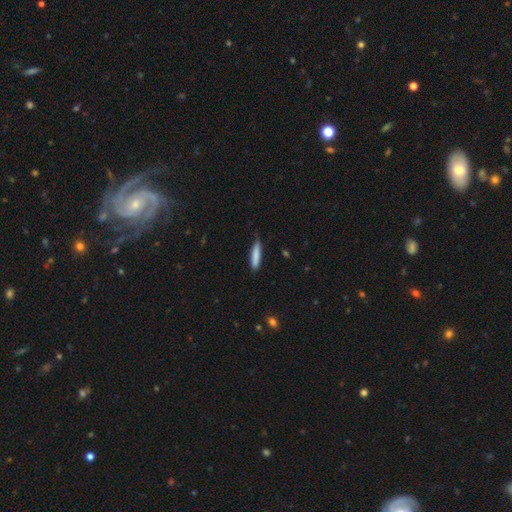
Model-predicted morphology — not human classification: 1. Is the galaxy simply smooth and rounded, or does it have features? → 84% smooth, 10% featured or disk, 6% star or artifact.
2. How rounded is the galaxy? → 86% cigar-shaped, 12% in between, 1% round.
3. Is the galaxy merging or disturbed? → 78% none, 18% minor disturbance, 2% major disturbance, 1% merger.